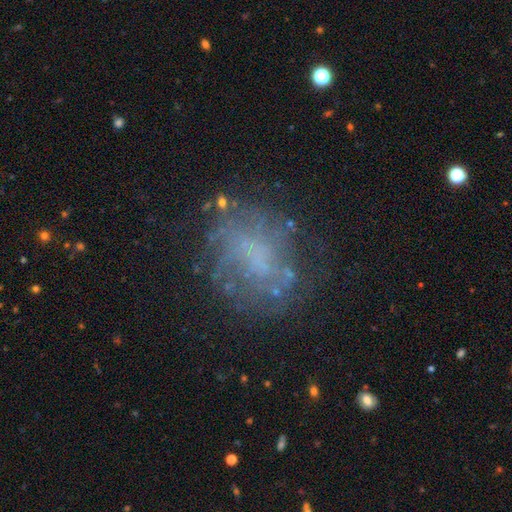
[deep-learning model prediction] smooth-or-featured: featured or disk: 58% | smooth: 26% | star or artifact: 16%
  disk-edge-on: no: 97% | yes: 3%
    bar: no: 73% | weak: 21% | strong: 6%
    has-spiral-arms: no: 54% | yes: 46%
    bulge-size: none: 68% | small: 15% | moderate: 11% | large: 4% | dominant: 1%
  merging: none: 63% | minor disturbance: 18% | major disturbance: 15% | merger: 3%